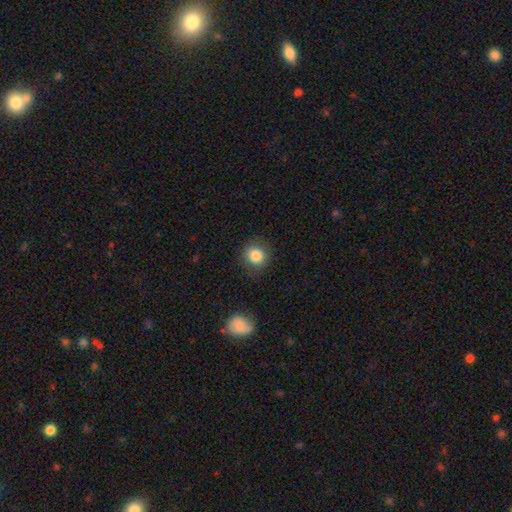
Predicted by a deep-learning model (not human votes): smooth_or_featured: smooth (p=0.85) [alt: star or artifact p=0.10]
how_rounded: round (p=0.85) [alt: in between p=0.14]
merging: none (p=0.82) [alt: minor disturbance p=0.13]